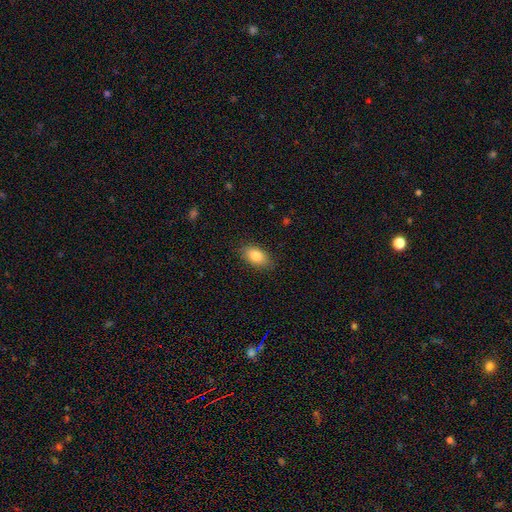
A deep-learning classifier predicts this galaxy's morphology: Smooth or featured: smooth — 83% (featured or disk — 10%)
How rounded: in between — 90% (round — 8%)
Merging: none — 86% (minor disturbance — 11%)